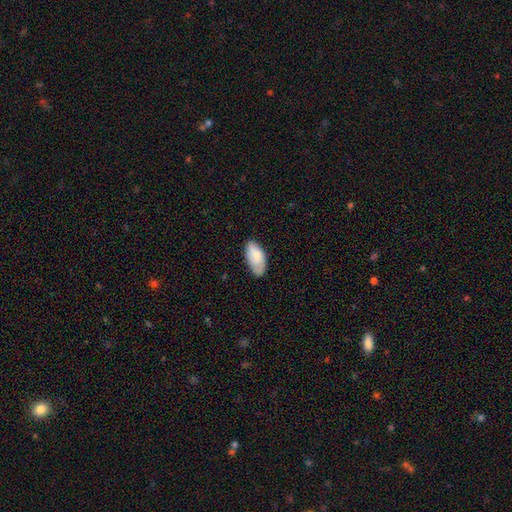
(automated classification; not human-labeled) Q: Smooth or featured?
A: smooth (77%); runner-up: featured or disk (17%)
Q: How rounded?
A: in between (93%); runner-up: cigar-shaped (5%)
Q: Merging?
A: none (67%); runner-up: minor disturbance (27%)